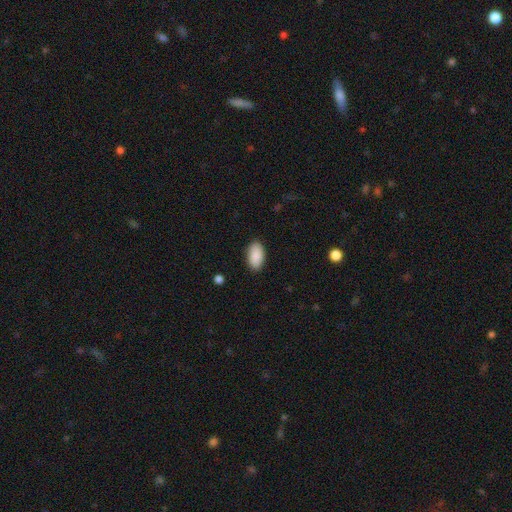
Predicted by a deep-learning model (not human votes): smooth_or_featured: smooth (p=0.90) [alt: star or artifact p=0.06]
how_rounded: in between (p=0.95) [alt: round p=0.03]
merging: none (p=0.87) [alt: minor disturbance p=0.09]